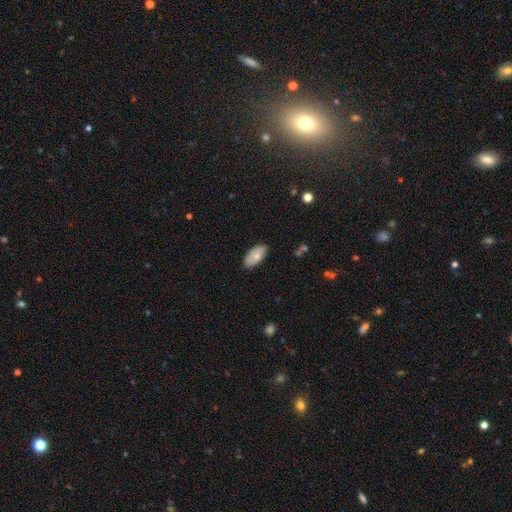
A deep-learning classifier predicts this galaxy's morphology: The model was most divided on "smooth or featured": smooth: 77%, featured or disk: 17%, star or artifact: 6%. More confident: how rounded — in between (93%); merging — none (84%).